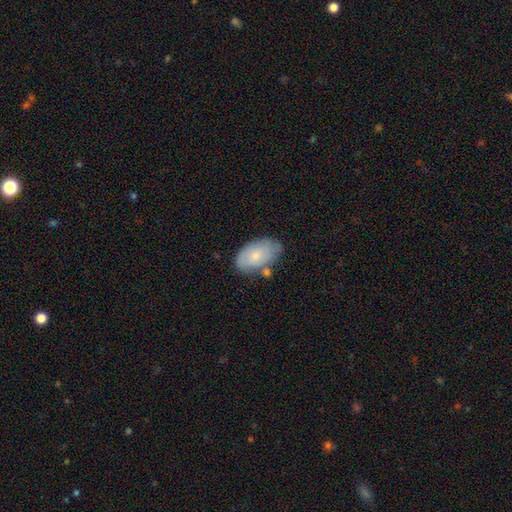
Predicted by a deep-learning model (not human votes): smooth 72%, featured or disk 22%, star or artifact 6%. Down the decision tree: how rounded — in between (94%); merging — none (64%).